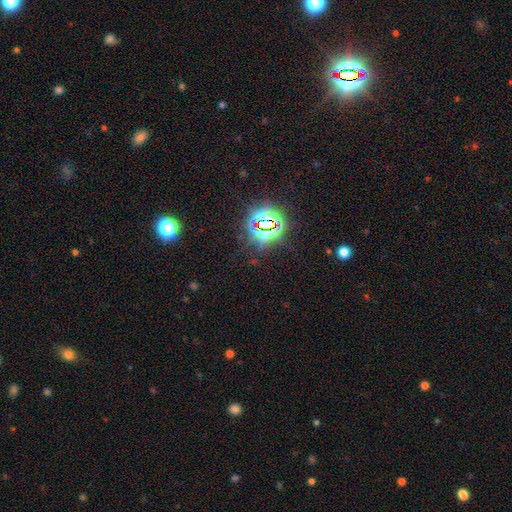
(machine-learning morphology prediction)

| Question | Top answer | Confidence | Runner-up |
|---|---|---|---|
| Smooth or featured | star or artifact | 82% | smooth (11%) |